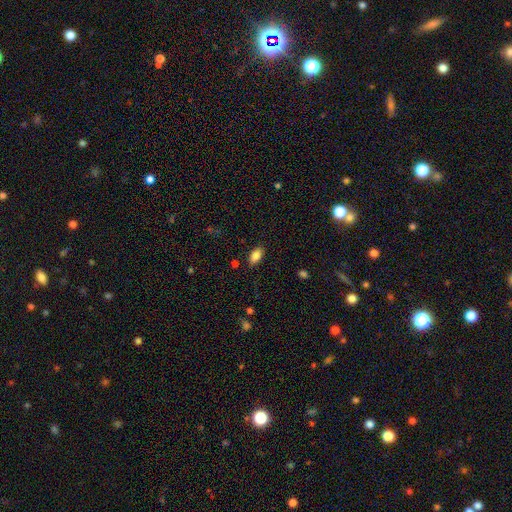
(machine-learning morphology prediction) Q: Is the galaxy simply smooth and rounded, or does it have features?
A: smooth — 85%.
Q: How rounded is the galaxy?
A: in between — 91%.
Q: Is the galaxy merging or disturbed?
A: none — 86%.